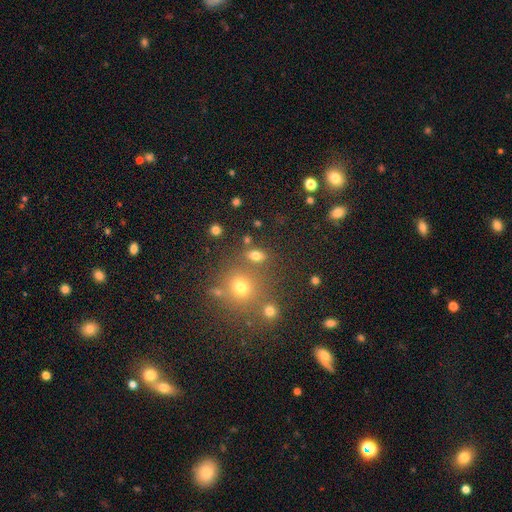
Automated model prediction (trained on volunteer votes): This appears to be a smooth galaxy with no disk features (74%) that is in between round and cigar-shaped (70%). Merging: none (73%).